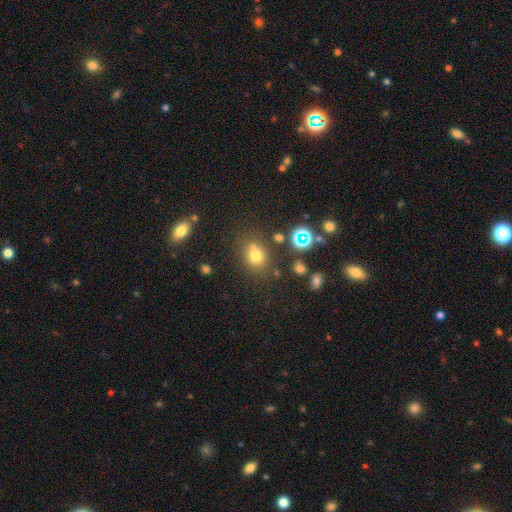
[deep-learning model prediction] The model was most divided on "how rounded": round: 59%, in between: 39%, cigar-shaped: 1%. More confident: smooth or featured — smooth (70%); merging — none (65%).